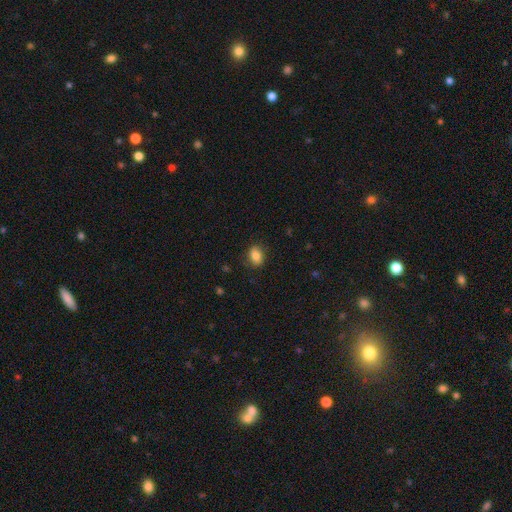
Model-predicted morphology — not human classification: smooth-or-featured: smooth: 85% | star or artifact: 9% | featured or disk: 6%
  how-rounded: in between: 69% | round: 29% | cigar-shaped: 1%
  merging: none: 85% | minor disturbance: 11% | major disturbance: 3% | merger: 1%